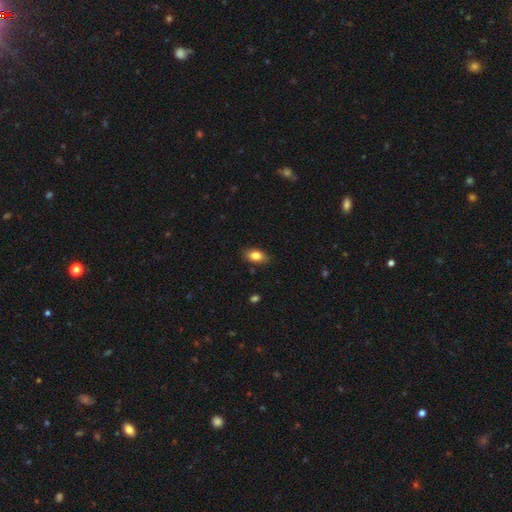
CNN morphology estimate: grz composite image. It shows a smooth galaxy with no disk features (84%) that is in between round and cigar-shaped (88%). Merging: none (85%).